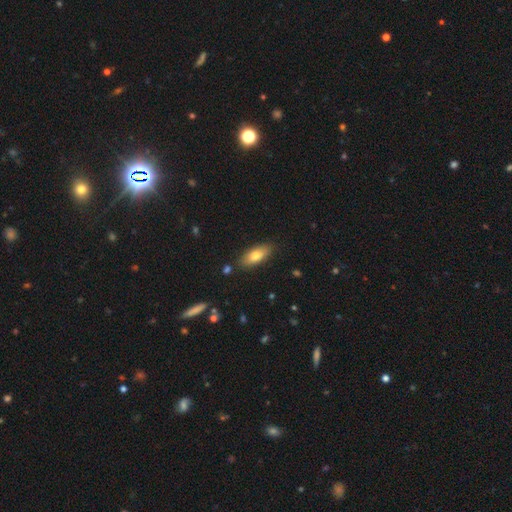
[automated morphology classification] Smooth or featured?
  - smooth: 75% *
  - featured or disk: 18%
  - star or artifact: 7%
How rounded?
  - in between: 78% *
  - cigar-shaped: 19%
  - round: 3%
Merging?
  - none: 85% *
  - minor disturbance: 11%
  - major disturbance: 2%
  - merger: 2%